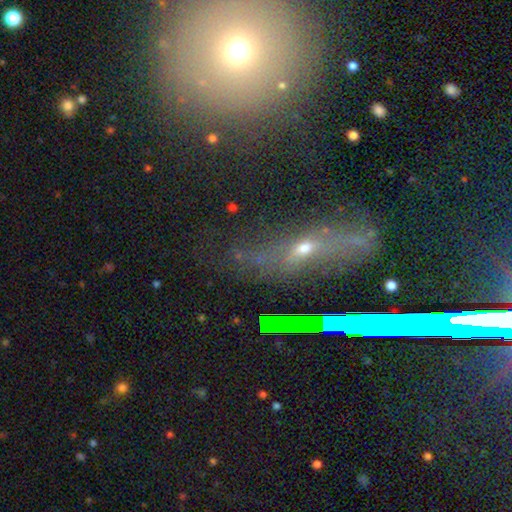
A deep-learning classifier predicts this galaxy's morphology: Smooth or featured?
  - star or artifact: 42% *
  - featured or disk: 33%
  - smooth: 25%